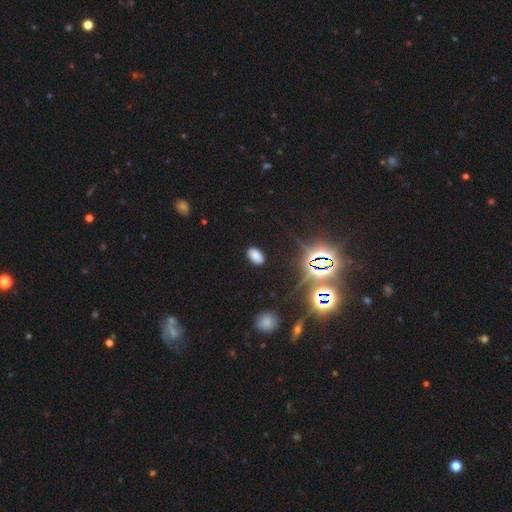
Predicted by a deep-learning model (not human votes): Smooth or featured? smooth (70%)
How rounded? in between (93%)
Merging? none (88%)